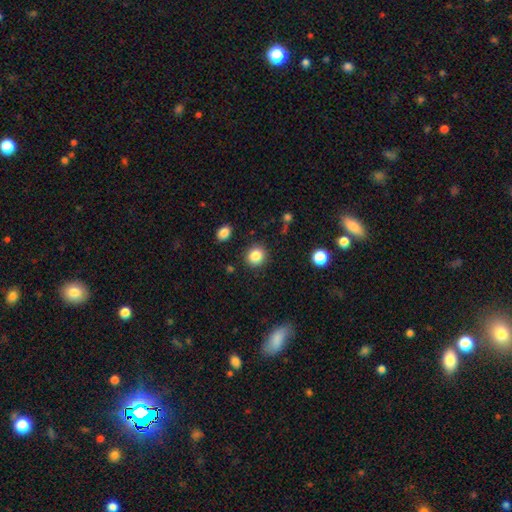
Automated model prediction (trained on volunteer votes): The model was most divided on "how rounded": round: 87%, in between: 12%, cigar-shaped: 1%. More confident: merging — none (89%); smooth or featured — smooth (86%).